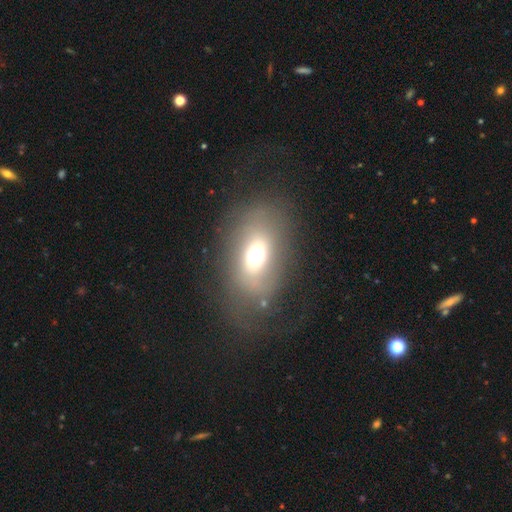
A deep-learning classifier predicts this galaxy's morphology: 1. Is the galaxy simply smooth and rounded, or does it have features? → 57% smooth, 23% featured or disk, 20% star or artifact.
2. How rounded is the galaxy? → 71% in between, 27% round, 2% cigar-shaped.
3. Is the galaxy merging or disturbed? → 70% none, 14% minor disturbance, 13% major disturbance, 3% merger.